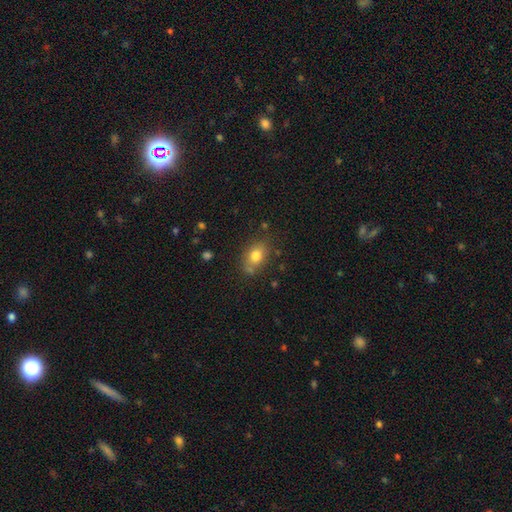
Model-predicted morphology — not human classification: A smooth galaxy with no disk features (79%) that is in between round and cigar-shaped (72%). Merging: none (69%).